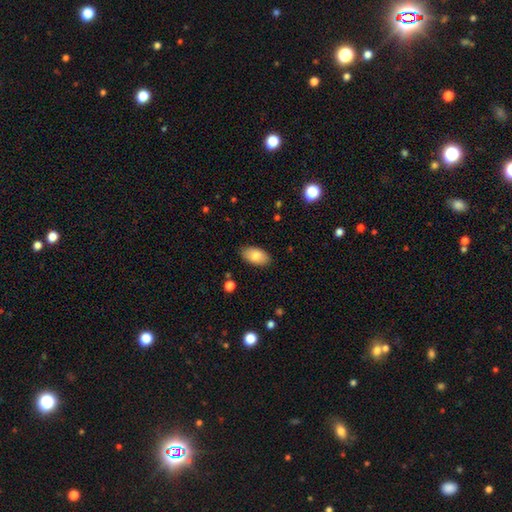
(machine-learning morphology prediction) type=smooth (81%); roundness=in between (94%); merging=none (87%).